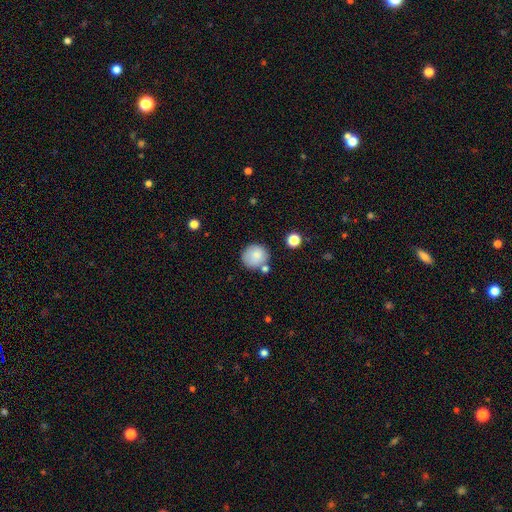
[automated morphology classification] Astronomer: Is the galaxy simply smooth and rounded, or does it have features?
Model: smooth — 83%.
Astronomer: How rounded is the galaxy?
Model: round — 88%.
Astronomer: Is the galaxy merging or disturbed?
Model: none — 71%.